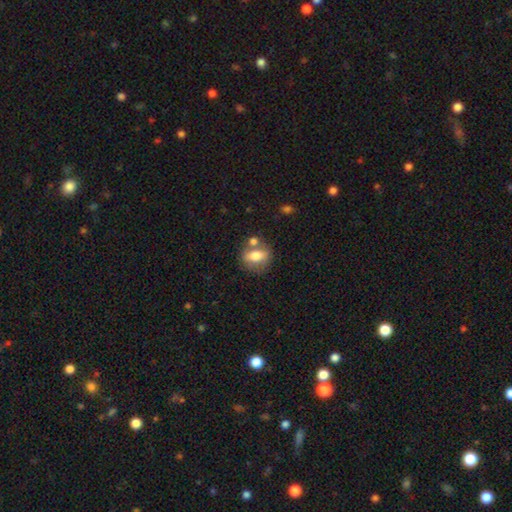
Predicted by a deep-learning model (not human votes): This is likely a smooth galaxy (66%). How rounded: likely in between (62%). Merging: likely none (61%).